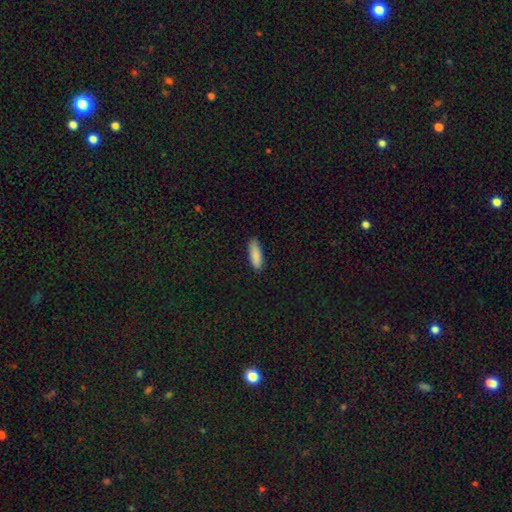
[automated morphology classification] smooth-or-featured: smooth: 87% | featured or disk: 7% | star or artifact: 6%
  how-rounded: in between: 59% | cigar-shaped: 39% | round: 2%
  merging: none: 83% | minor disturbance: 14% | major disturbance: 2% | merger: 1%